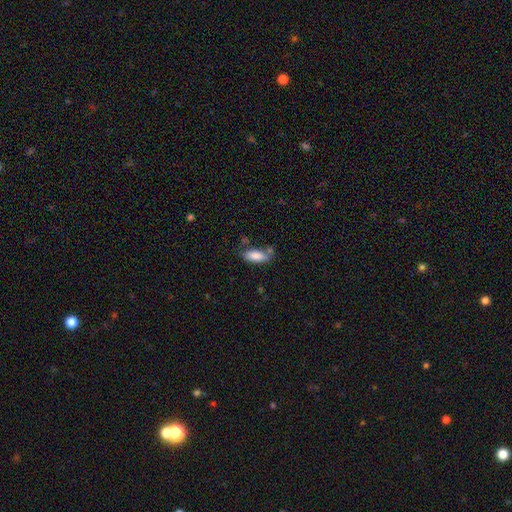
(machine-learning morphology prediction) type=smooth (83%); roundness=in between (79%); merging=none (57%).